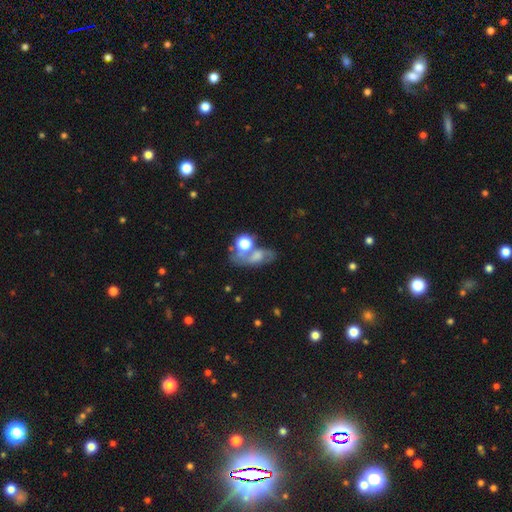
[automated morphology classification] Smooth or featured? featured or disk (45%)
Merging? none (45%)